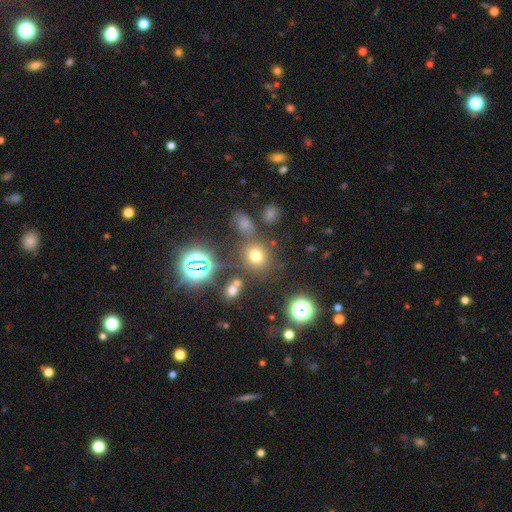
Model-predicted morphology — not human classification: smooth 63%, star or artifact 28%, featured or disk 10%. Down the decision tree: how rounded — round (81%); merging — none (72%).